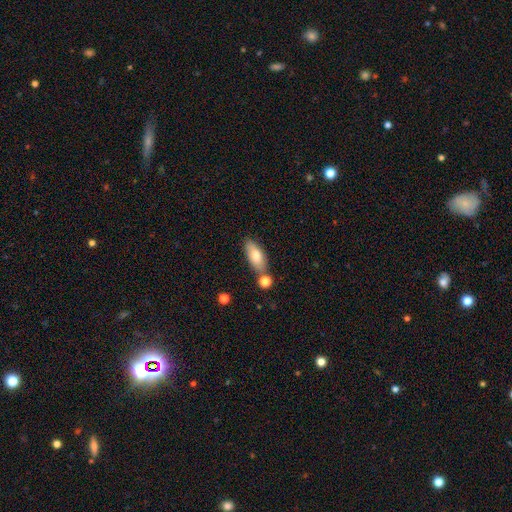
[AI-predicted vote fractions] Overall: smooth (78%). How rounded: in between (81%). Merging: none (68%).